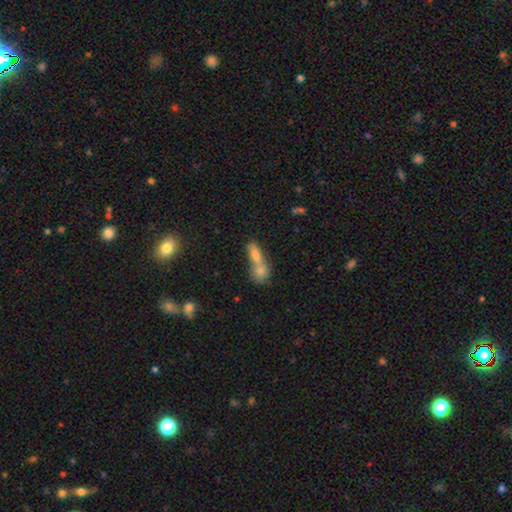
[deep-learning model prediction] smooth-or-featured: smooth: 68% | featured or disk: 19% | star or artifact: 13%
  how-rounded: in between: 57% | cigar-shaped: 25% | round: 18%
  merging: merger: 64% | none: 25% | minor disturbance: 7% | major disturbance: 4%